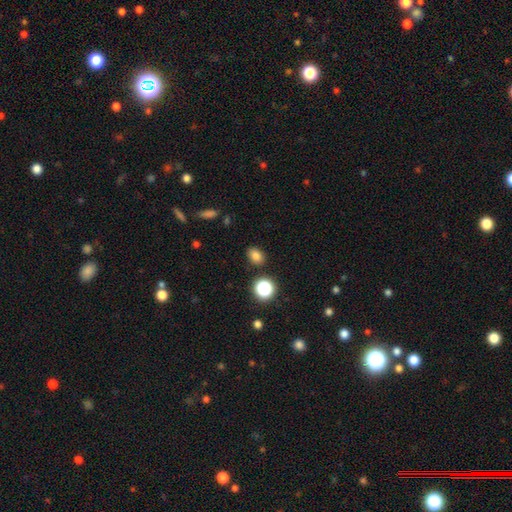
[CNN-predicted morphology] smooth 80%, star or artifact 14%, featured or disk 5%. Down the decision tree: how rounded — in between (61%); merging — none (86%).